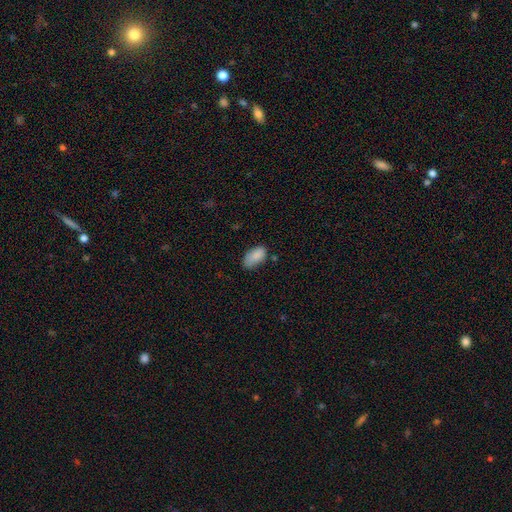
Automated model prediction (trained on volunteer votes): smooth-or-featured: smooth: 86% | star or artifact: 8% | featured or disk: 7%
  how-rounded: in between: 94% | round: 4% | cigar-shaped: 2%
  merging: none: 58% | minor disturbance: 32% | major disturbance: 7% | merger: 3%